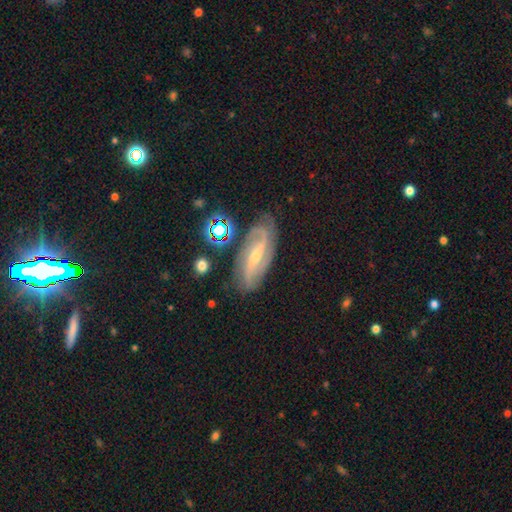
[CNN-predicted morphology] This appears to be a featured or disk galaxy (82%) with a strong bar (38%, tied with weak), 2 (61%) tight (45%) spiral arms (95%) and a small central bulge (62%). Merging: none (78%).